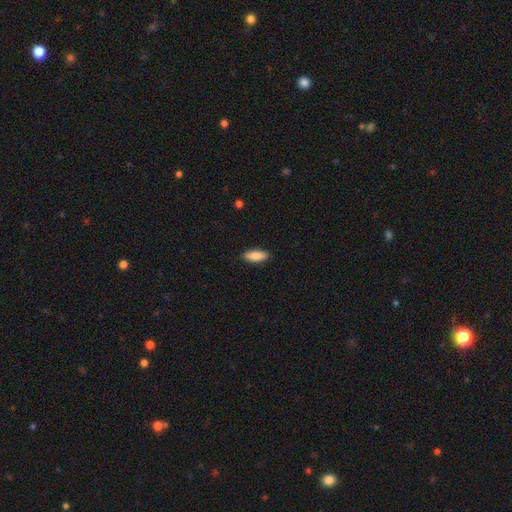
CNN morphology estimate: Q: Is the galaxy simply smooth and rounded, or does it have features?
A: smooth — 87%.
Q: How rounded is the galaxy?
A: in between — 72%.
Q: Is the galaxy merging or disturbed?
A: none — 89%.